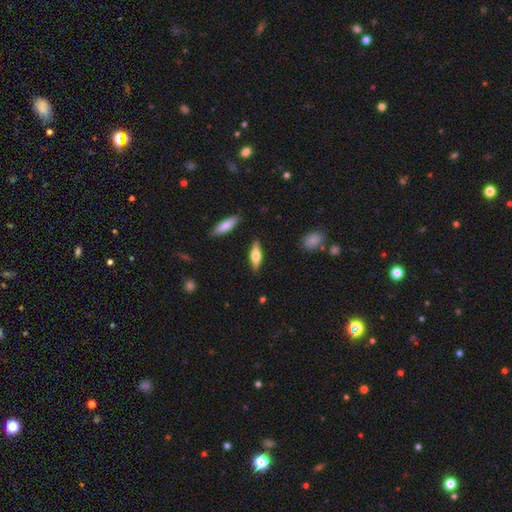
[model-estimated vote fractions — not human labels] A featured or disk galaxy (48%). Merging: none (86%).